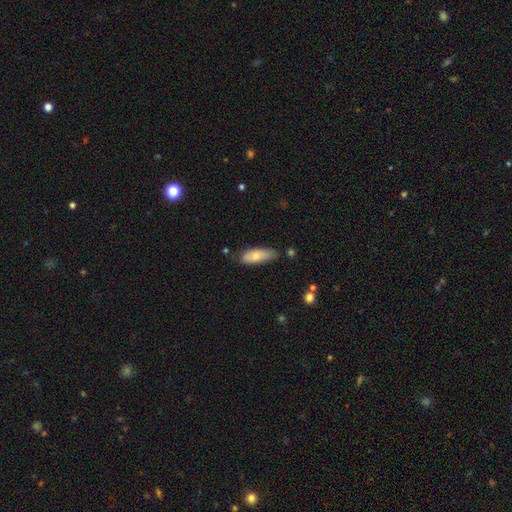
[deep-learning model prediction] smooth 74%, featured or disk 20%, star or artifact 6%. Down the decision tree: how rounded — in between (67%); merging — none (65%).